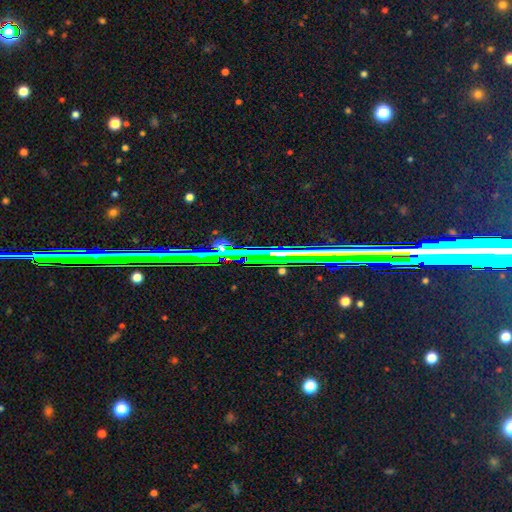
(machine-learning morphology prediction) star or artifact 77%, featured or disk 15%, smooth 9%.